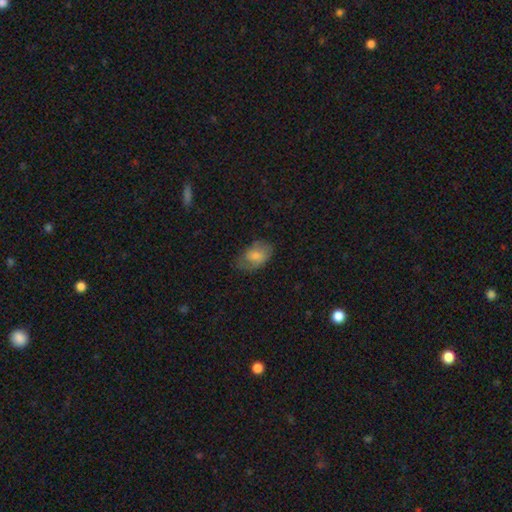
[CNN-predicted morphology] smooth-or-featured: smooth: 69% | featured or disk: 23% | star or artifact: 9%
  how-rounded: in between: 88% | round: 11% | cigar-shaped: 2%
  merging: none: 66% | minor disturbance: 25% | major disturbance: 7% | merger: 1%